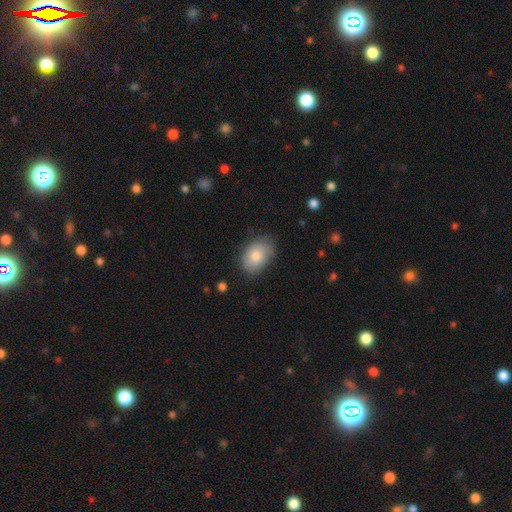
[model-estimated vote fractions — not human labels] smooth 82%, featured or disk 11%, star or artifact 7%. Down the decision tree: how rounded — in between (87%); merging — none (77%).